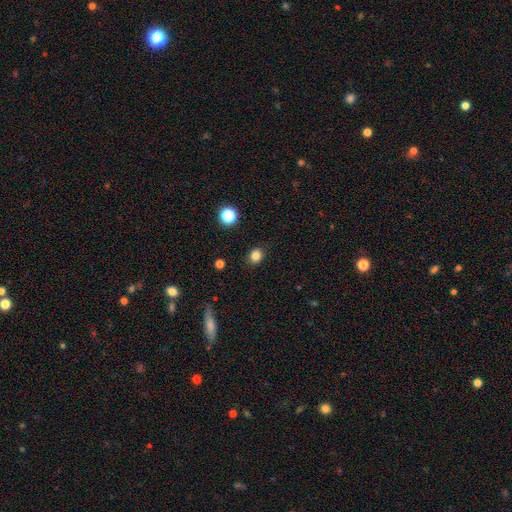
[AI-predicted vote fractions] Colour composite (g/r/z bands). It shows a smooth galaxy with no disk features (83%) that is round (65%). Merging: none (87%).